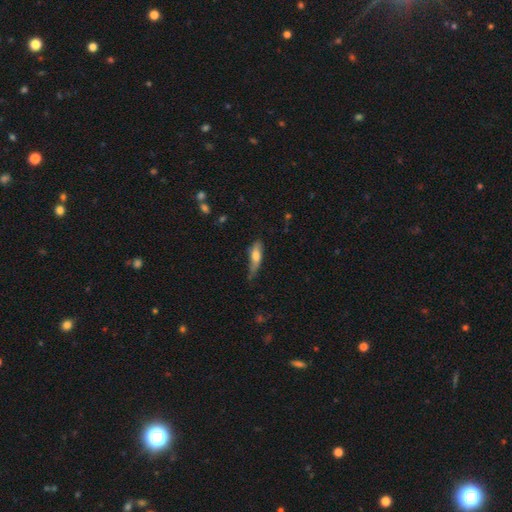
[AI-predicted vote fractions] smooth-or-featured: smooth: 63% | featured or disk: 30% | star or artifact: 7%
  how-rounded: cigar-shaped: 49% | in between: 48% | round: 3%
  merging: none: 45% | minor disturbance: 39% | major disturbance: 13% | merger: 3%